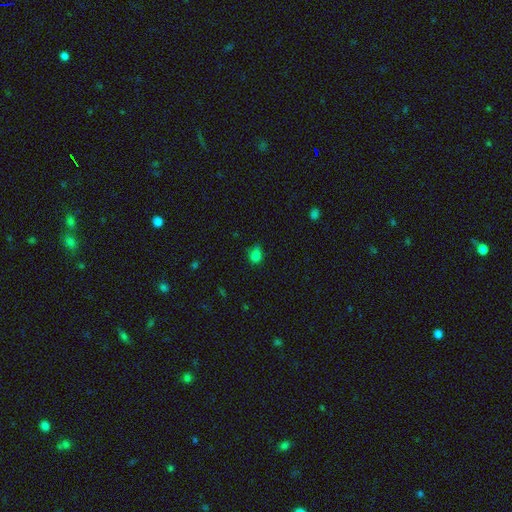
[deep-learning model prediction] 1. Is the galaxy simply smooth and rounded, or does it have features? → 77% smooth, 17% star or artifact, 6% featured or disk.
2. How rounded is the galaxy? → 60% in between, 38% round, 2% cigar-shaped.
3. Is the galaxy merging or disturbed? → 53% none, 33% minor disturbance, 11% major disturbance, 3% merger.